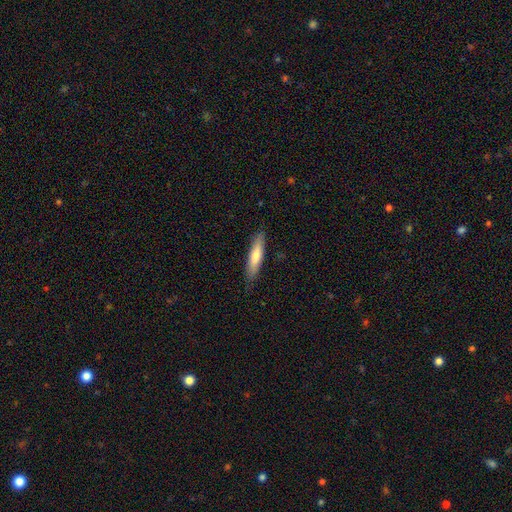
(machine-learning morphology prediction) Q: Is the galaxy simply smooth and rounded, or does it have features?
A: smooth — 67%.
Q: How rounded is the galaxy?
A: cigar-shaped — 83%.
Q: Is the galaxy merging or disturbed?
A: none — 86%.